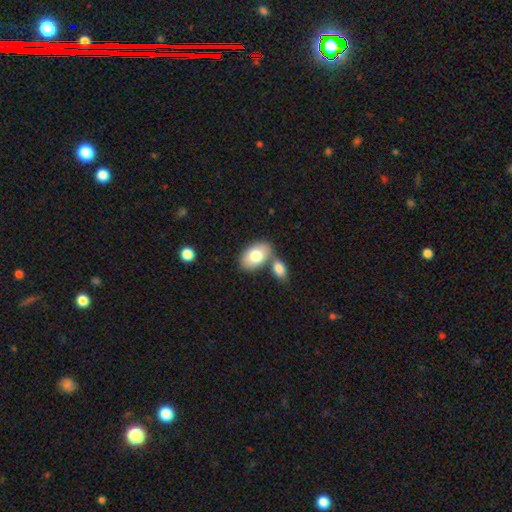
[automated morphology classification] smooth-or-featured: smooth: 79% | featured or disk: 15% | star or artifact: 6%
  how-rounded: in between: 92% | round: 7% | cigar-shaped: 1%
  merging: none: 54% | merger: 32% | minor disturbance: 11% | major disturbance: 3%